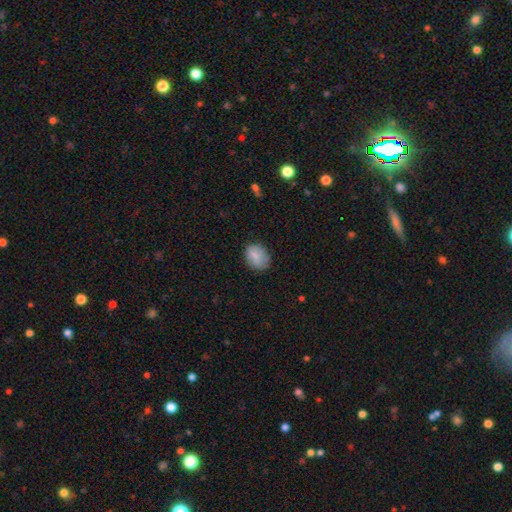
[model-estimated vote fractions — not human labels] Smooth or featured: smooth — 83% (featured or disk — 9%)
How rounded: in between — 65% (round — 34%)
Merging: none — 74% (minor disturbance — 20%)